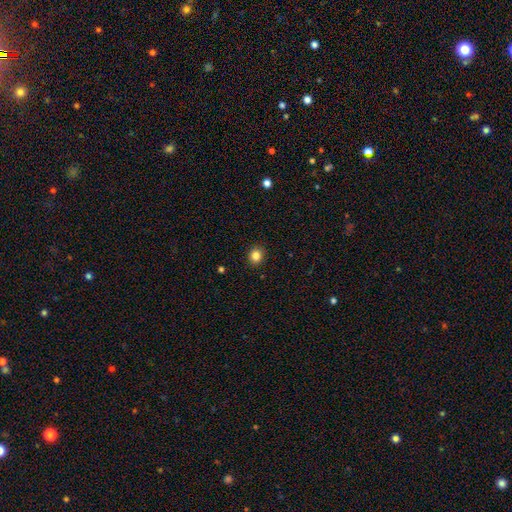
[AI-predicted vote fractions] A smooth galaxy with no disk features (83%) that is round (82%).

Vote fractions:
- Smooth or featured? smooth: 83% / star or artifact: 11% / featured or disk: 5%
- How rounded? round: 82% / in between: 17% / cigar-shaped: 1%
- Merging? none: 91% / minor disturbance: 6% / major disturbance: 2% / merger: 1%